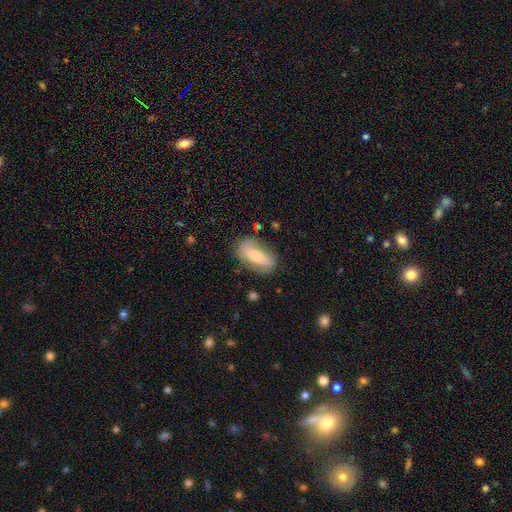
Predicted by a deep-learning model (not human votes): The model was most divided on "smooth or featured": featured or disk: 51%, smooth: 42%, star or artifact: 7%. More confident: edge-on disk — no (82%); merging — none (74%).